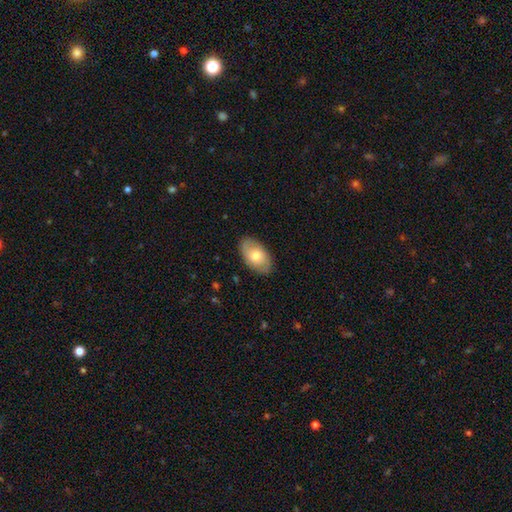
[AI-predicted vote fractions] Morphology: type=smooth (64%); roundness=in between (93%); merging=none (84%).